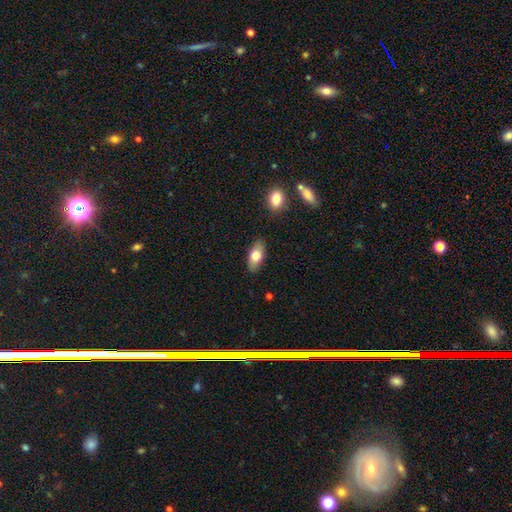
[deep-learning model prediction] Overall: smooth (74%). How rounded: in between (86%). Merging: none (86%).